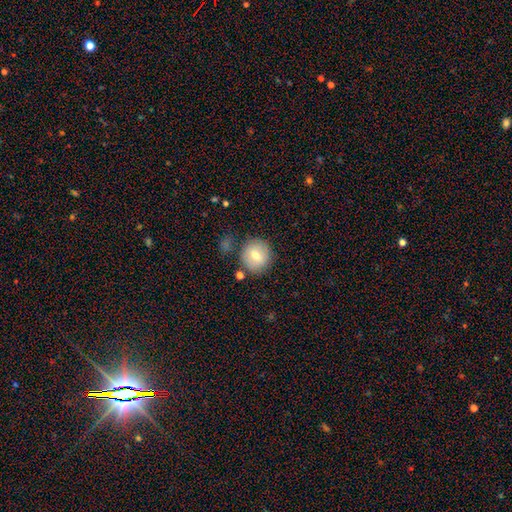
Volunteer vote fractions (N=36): This is likely a smooth galaxy (75%). How rounded: clearly round (85%). Merging: clearly none (91%).